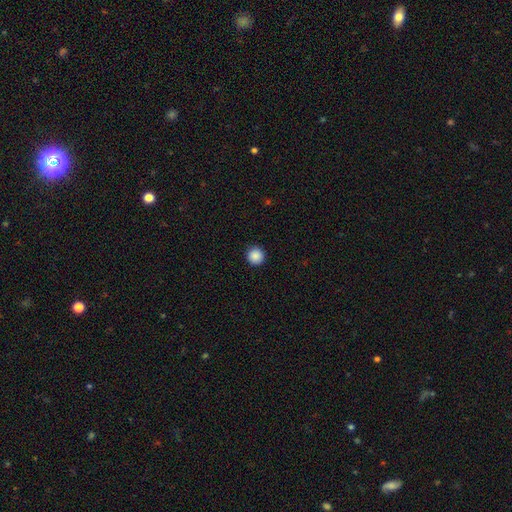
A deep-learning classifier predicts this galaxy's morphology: smooth-or-featured: smooth: 88% | star or artifact: 9% | featured or disk: 2%
  how-rounded: round: 96% | in between: 3% | cigar-shaped: 1%
  merging: none: 93% | minor disturbance: 4% | major disturbance: 2% | merger: 1%